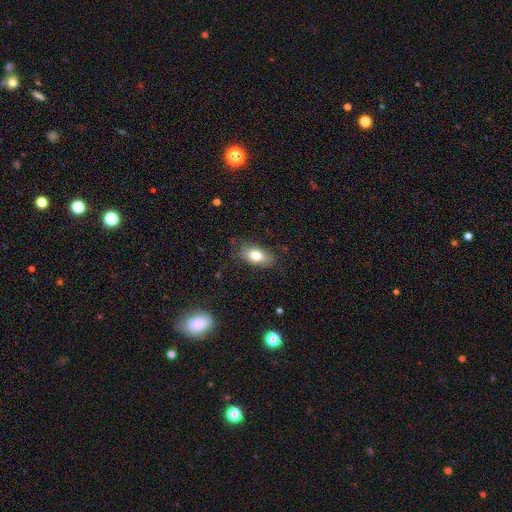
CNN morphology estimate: Smooth or featured?
  - smooth: 78% *
  - featured or disk: 15%
  - star or artifact: 8%
How rounded?
  - in between: 89% *
  - round: 6%
  - cigar-shaped: 6%
Merging?
  - none: 76% *
  - minor disturbance: 18%
  - major disturbance: 5%
  - merger: 1%